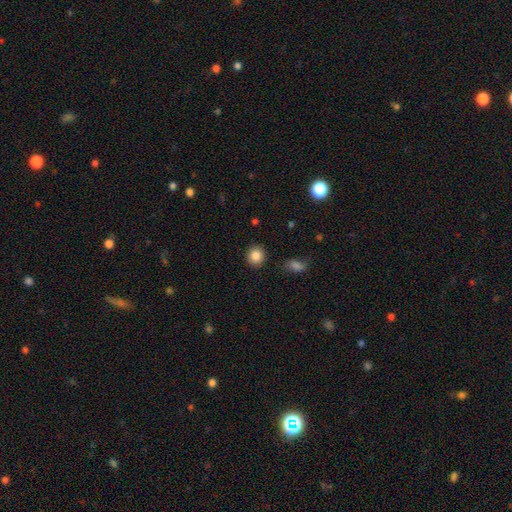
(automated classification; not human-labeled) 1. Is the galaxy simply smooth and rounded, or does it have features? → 86% smooth, 9% star or artifact, 5% featured or disk.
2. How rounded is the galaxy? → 86% round, 13% in between, 1% cigar-shaped.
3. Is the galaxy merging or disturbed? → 89% none, 7% minor disturbance, 2% major disturbance, 2% merger.